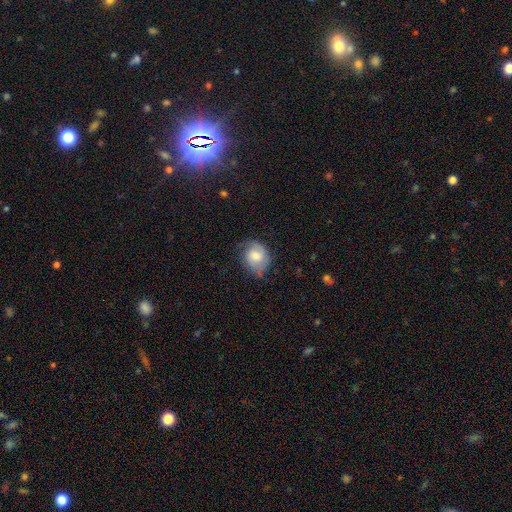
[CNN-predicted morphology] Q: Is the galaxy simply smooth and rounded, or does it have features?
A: smooth — 53%.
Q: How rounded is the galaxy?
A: round — 53%.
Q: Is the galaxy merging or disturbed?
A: none — 58%.